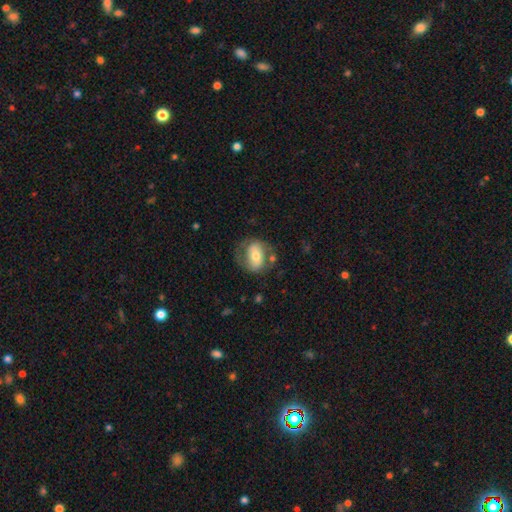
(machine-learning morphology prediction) This appears to be a featured or disk galaxy (53%) with no bar (36%), spiral arms (62%) and a moderate central bulge (61%). Merging: none (60%).